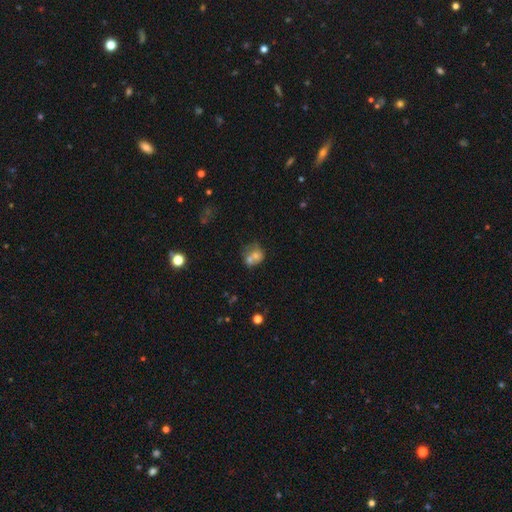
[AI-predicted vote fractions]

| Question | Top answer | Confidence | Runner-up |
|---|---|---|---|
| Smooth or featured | smooth | 63% | featured or disk (25%) |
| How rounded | round | 61% | in between (38%) |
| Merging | merger | 56% | none (26%) |